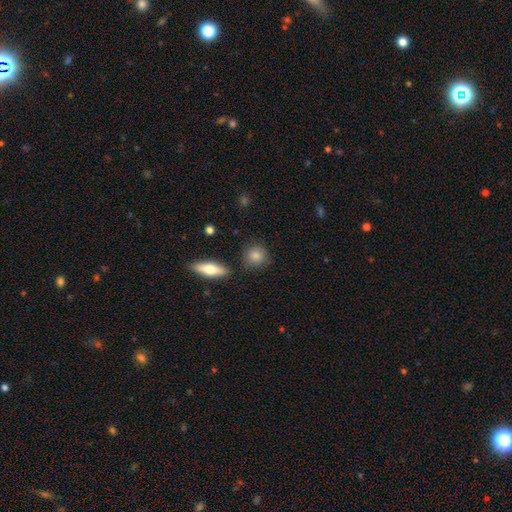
A smooth galaxy with no disk features (84%) that is round (74%).

Vote fractions:
- Smooth or featured? smooth: 84% / featured or disk: 16% / star or artifact: 0%
- How rounded? round: 74% / in between: 23% / cigar-shaped: 3%
- Merging? none: 78% / minor disturbance: 14% / major disturbance: 8% / merger: 0%